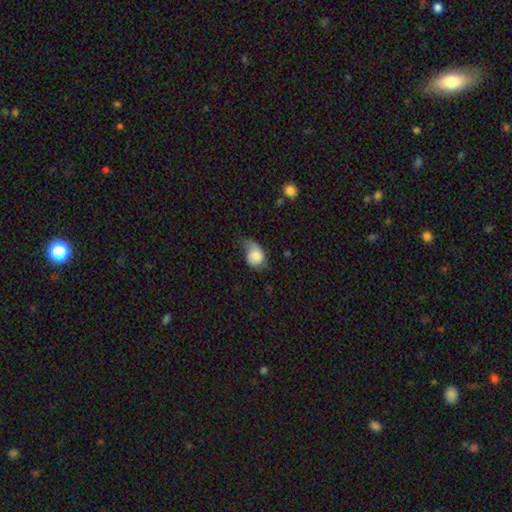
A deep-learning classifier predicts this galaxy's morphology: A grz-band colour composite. It shows a smooth galaxy with no disk features (72%) that is in between round and cigar-shaped (61%). Merging: minor disturbance (40%).